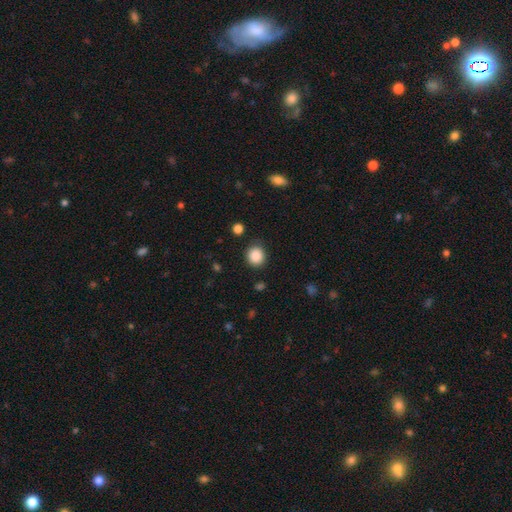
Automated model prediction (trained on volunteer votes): smooth 88%, star or artifact 9%, featured or disk 3%. Down the decision tree: how rounded — round (84%); merging — none (86%).